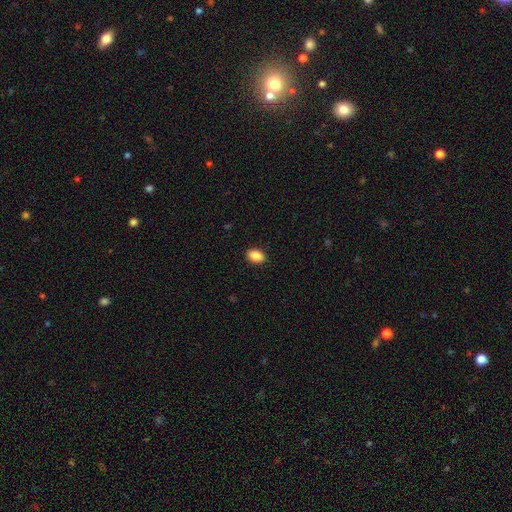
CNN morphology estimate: A smooth galaxy with no disk features (88%) that is in between round and cigar-shaped (88%). Merging: none (90%).